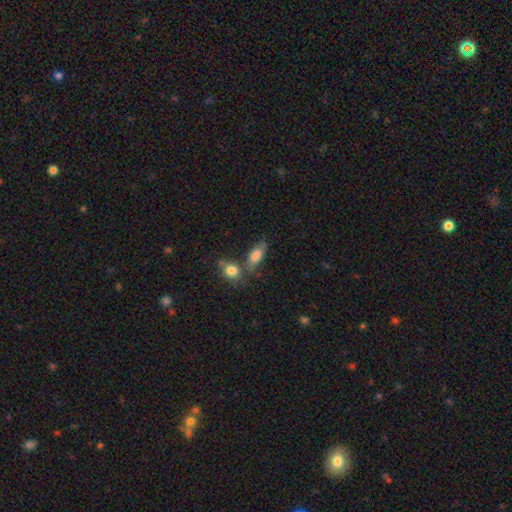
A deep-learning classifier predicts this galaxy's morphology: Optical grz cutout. It shows a smooth galaxy with no disk features (78%) that is in between round and cigar-shaped (73%). Merging: none (55%).